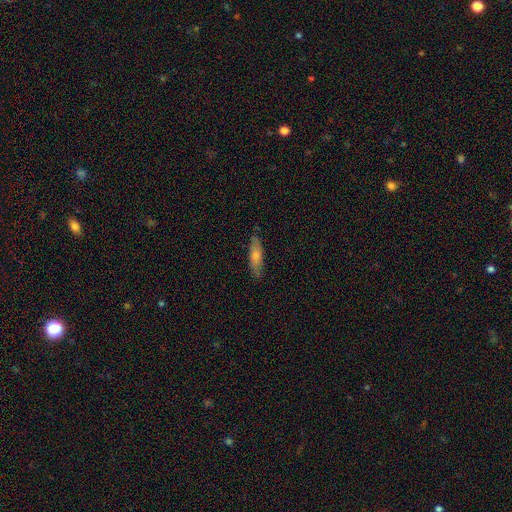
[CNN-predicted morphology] smooth-or-featured: smooth: 71% | featured or disk: 23% | star or artifact: 6%
  how-rounded: cigar-shaped: 60% | in between: 38% | round: 2%
  merging: none: 82% | minor disturbance: 14% | major disturbance: 2% | merger: 1%